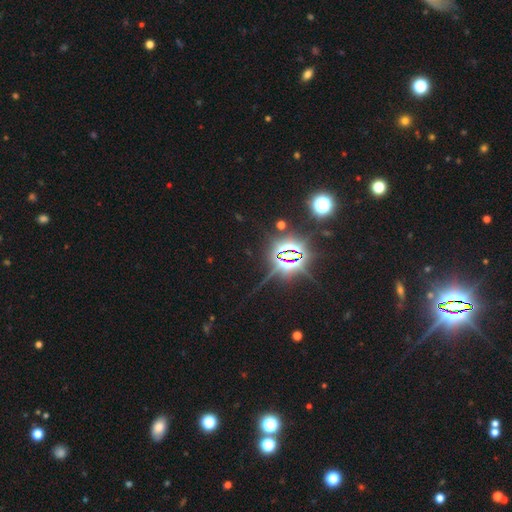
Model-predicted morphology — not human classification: smooth_or_featured: star or artifact (p=0.84) [alt: smooth p=0.10]